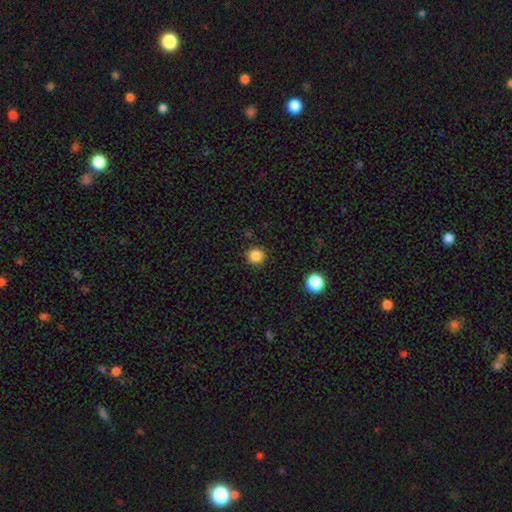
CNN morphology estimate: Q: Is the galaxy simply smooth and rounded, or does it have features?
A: smooth — 85%.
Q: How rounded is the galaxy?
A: round — 95%.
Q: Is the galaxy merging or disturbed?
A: none — 91%.